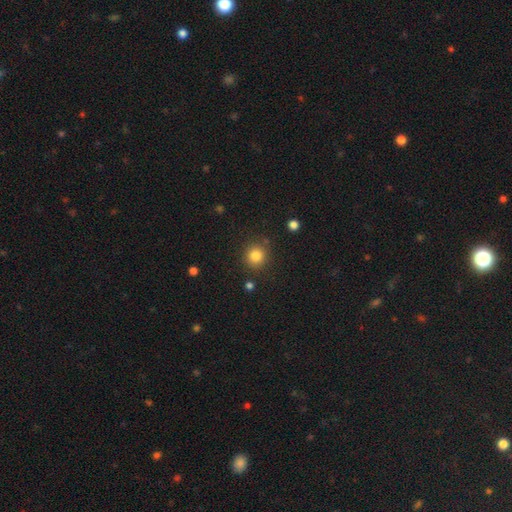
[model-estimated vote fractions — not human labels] Smooth or featured? Predicted: smooth (p=0.83). How rounded? Predicted: round (p=0.92). Merging? Predicted: none (p=0.86).